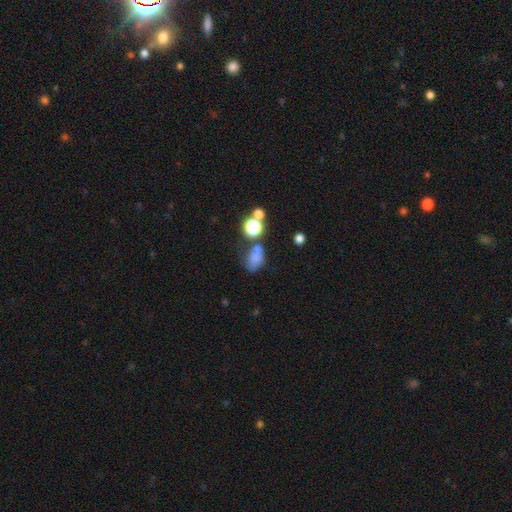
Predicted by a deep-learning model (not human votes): The model was most divided on "merging": none: 45%, minor disturbance: 24%, merger: 17%, major disturbance: 14%. More confident: how rounded — in between (79%); smooth or featured — smooth (69%).